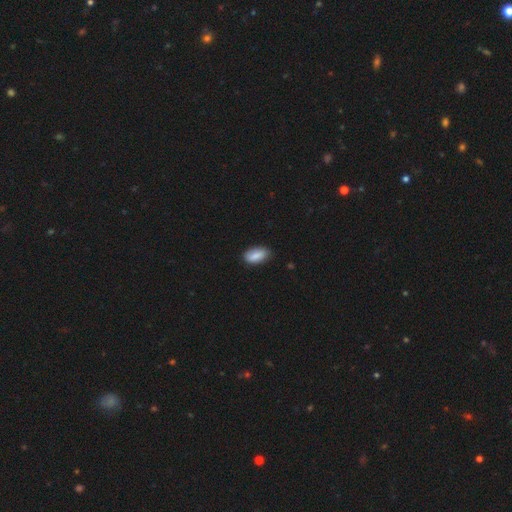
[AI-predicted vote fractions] Smooth or featured: smooth — 85% (featured or disk — 9%)
How rounded: in between — 91% (cigar-shaped — 6%)
Merging: none — 79% (minor disturbance — 18%)